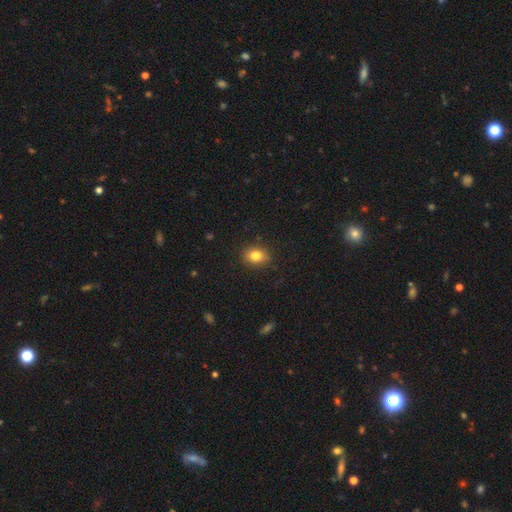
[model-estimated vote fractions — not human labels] Smooth or featured? smooth (82%)
How rounded? in between (61%)
Merging? none (85%)